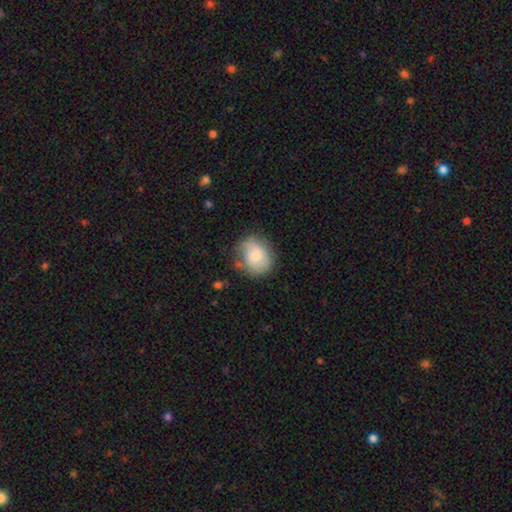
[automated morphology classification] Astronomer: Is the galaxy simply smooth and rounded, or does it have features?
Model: smooth — 75%.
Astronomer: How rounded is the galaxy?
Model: round — 59% (runner-up: in between, 40%).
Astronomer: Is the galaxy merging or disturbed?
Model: none — 63%.